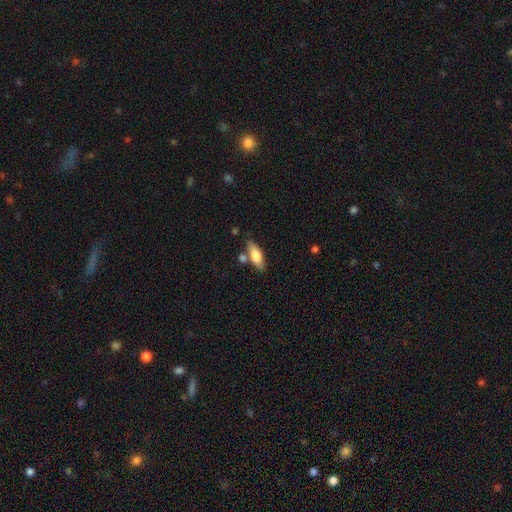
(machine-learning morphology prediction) Q: Smooth or featured?
A: smooth (67%); runner-up: featured or disk (26%)
Q: How rounded?
A: in between (59%); runner-up: cigar-shaped (38%)
Q: Merging?
A: none (71%); runner-up: minor disturbance (14%)